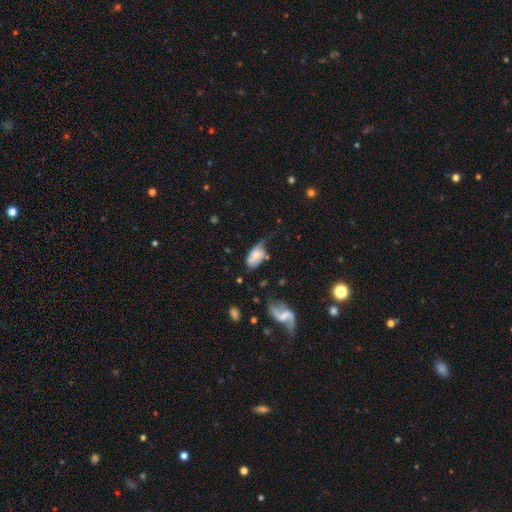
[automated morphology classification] smooth 59%, featured or disk 33%, star or artifact 8%. Down the decision tree: how rounded — in between (90%); merging — minor disturbance (36%).